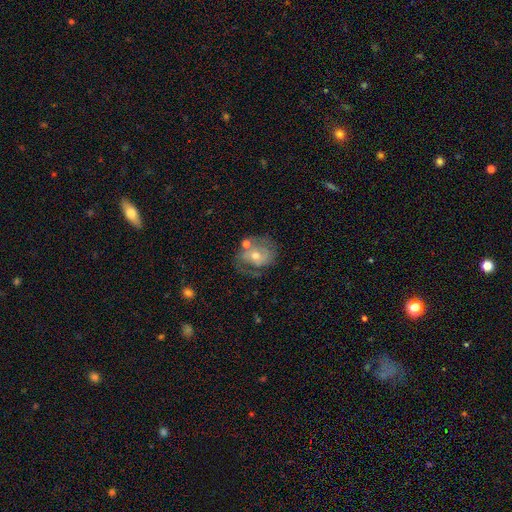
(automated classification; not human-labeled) smooth_or_featured: featured or disk (p=0.61) [alt: smooth p=0.31]
disk_edge_on: no (p=0.96) [alt: yes p=0.04]
bar: no (p=0.62) [alt: weak p=0.29]
has_spiral_arms: yes (p=0.70) [alt: no p=0.30]
bulge_size: moderate (p=0.63) [alt: small p=0.31]
merging: none (p=0.48) [alt: minor disturbance p=0.22]